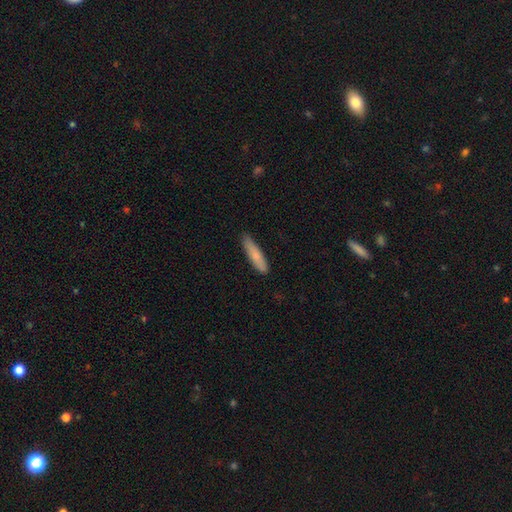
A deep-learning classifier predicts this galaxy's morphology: type=smooth (79%); roundness=cigar-shaped (81%); merging=none (85%).